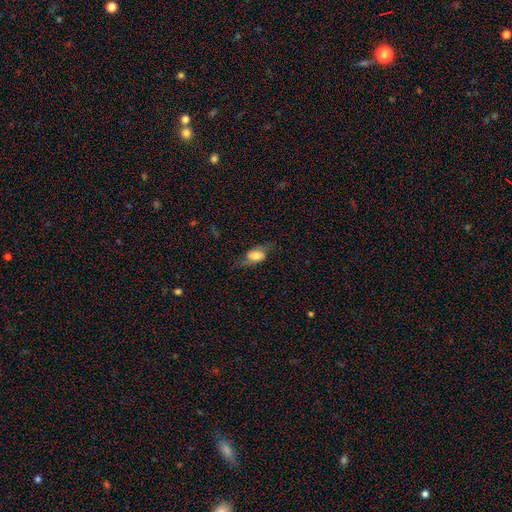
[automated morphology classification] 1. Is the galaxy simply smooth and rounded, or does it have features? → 58% smooth, 34% featured or disk, 9% star or artifact.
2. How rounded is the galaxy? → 81% in between, 13% round, 6% cigar-shaped.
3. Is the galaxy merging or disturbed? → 59% none, 24% minor disturbance, 16% major disturbance, 2% merger.